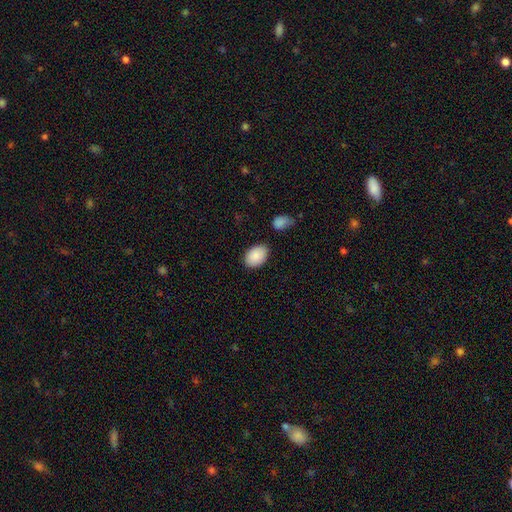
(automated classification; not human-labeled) Overall: smooth (89%). How rounded: in between (88%). Merging: none (80%).